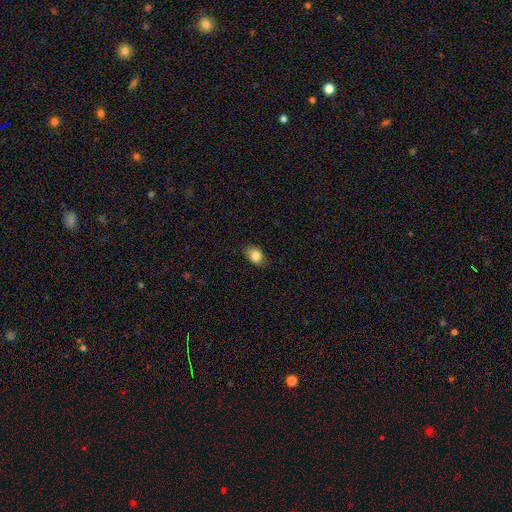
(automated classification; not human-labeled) The model was most divided on "how rounded": in between: 74%, round: 24%, cigar-shaped: 1%. More confident: smooth or featured — smooth (84%); merging — none (81%).